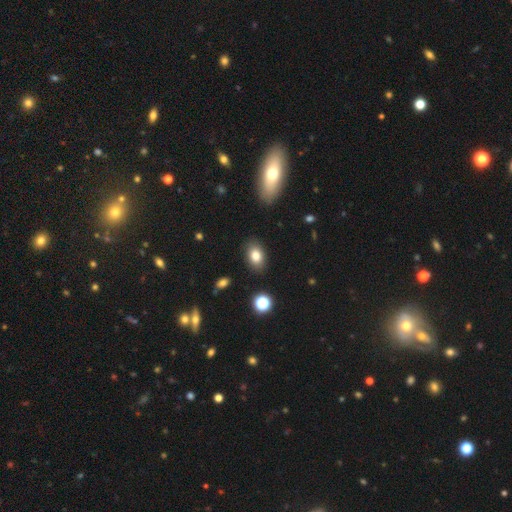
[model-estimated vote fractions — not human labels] A smooth galaxy with no disk features (82%) that is in between round and cigar-shaped (83%). Merging: none (86%).